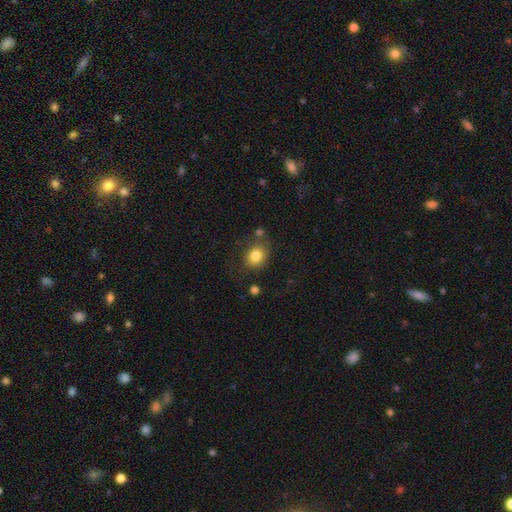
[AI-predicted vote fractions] A smooth galaxy with no disk features (82%) that is round (62%).

Vote fractions:
- Smooth or featured? smooth: 82% / star or artifact: 10% / featured or disk: 8%
- How rounded? round: 62% / in between: 37% / cigar-shaped: 1%
- Merging? none: 74% / minor disturbance: 15% / merger: 6% / major disturbance: 5%